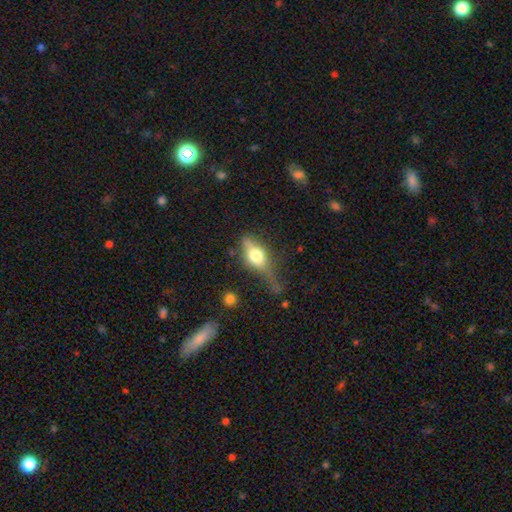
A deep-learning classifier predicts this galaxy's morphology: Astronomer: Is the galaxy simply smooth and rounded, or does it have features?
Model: smooth — 52% (runner-up: featured or disk, 39%).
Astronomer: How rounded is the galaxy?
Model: in between — 69%.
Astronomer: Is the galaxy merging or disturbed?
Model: none — 39% (runner-up: minor disturbance, 29%).